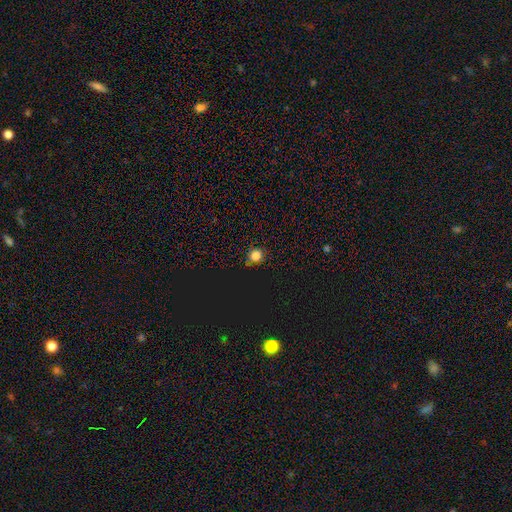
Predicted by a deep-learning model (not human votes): A smooth galaxy with no disk features (74%) that is round (84%).

Vote fractions:
- Smooth or featured? smooth: 74% / star or artifact: 21% / featured or disk: 5%
- How rounded? round: 84% / in between: 14% / cigar-shaped: 1%
- Merging? none: 82% / minor disturbance: 13% / major disturbance: 3% / merger: 2%